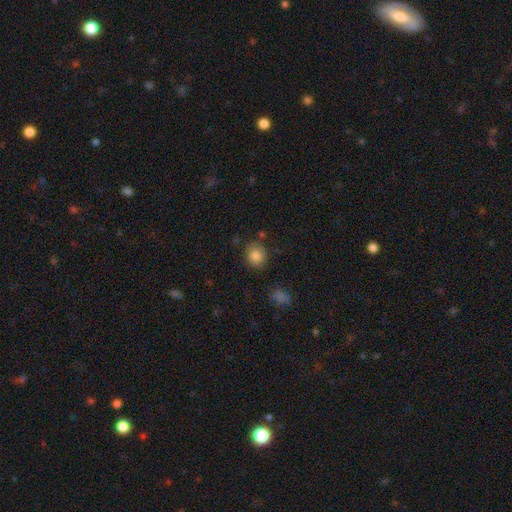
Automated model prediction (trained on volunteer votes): This is clearly a smooth galaxy (84%). How rounded: likely round (75%). Merging: clearly none (82%).